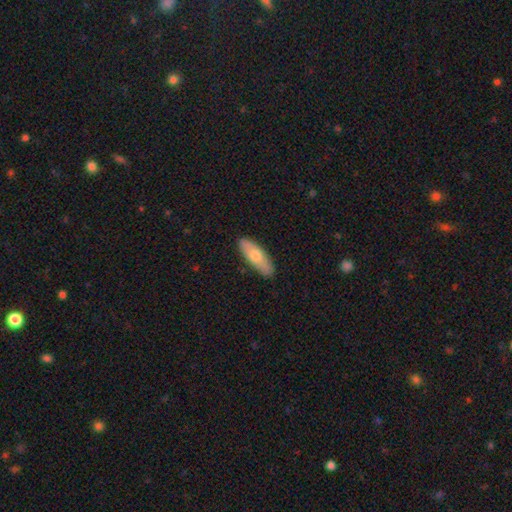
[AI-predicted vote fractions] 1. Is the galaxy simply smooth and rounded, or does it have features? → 70% smooth, 25% featured or disk, 5% star or artifact.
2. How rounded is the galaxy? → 59% in between, 38% cigar-shaped, 2% round.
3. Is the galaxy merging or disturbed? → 87% none, 10% minor disturbance, 2% major disturbance, 1% merger.